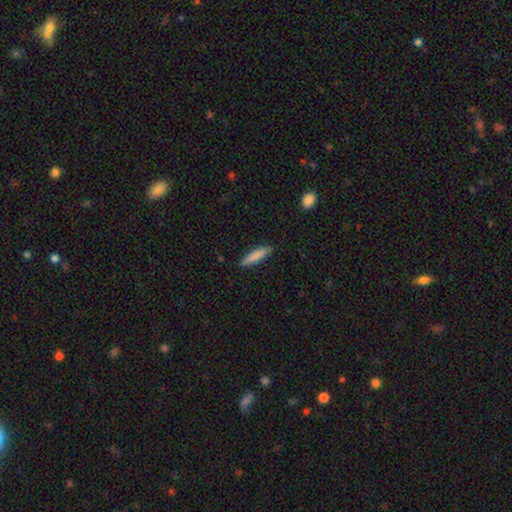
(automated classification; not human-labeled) Smooth or featured: smooth — 80% (featured or disk — 14%)
How rounded: cigar-shaped — 86% (in between — 12%)
Merging: none — 87% (minor disturbance — 9%)